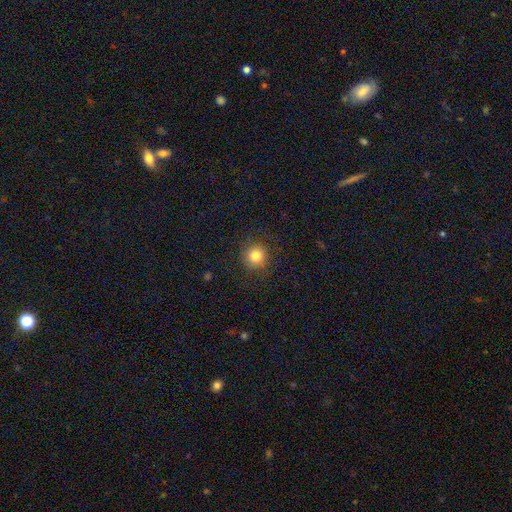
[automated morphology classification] This appears to be a smooth galaxy with no disk features (81%) that is round (92%). Merging: none (87%).